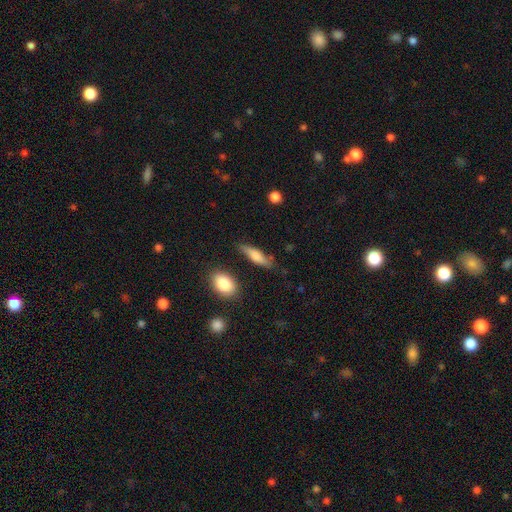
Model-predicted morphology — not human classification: type=smooth (68%); roundness=cigar-shaped (58%); merging=none (75%).